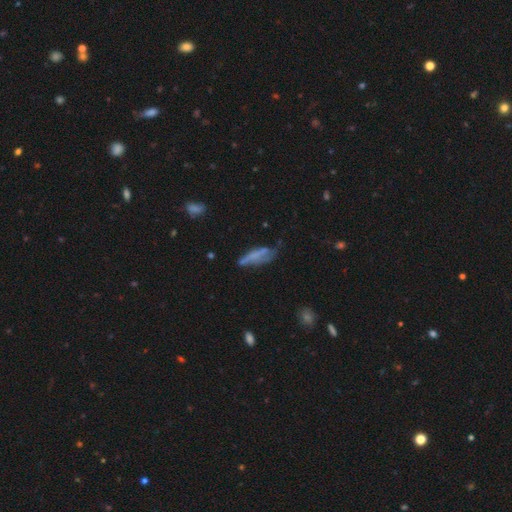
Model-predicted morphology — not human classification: Overall: smooth (52%; featured or disk 37%). How rounded: cigar-shaped (64%; in between 34%). Merging: none (40%; minor disturbance 31%).